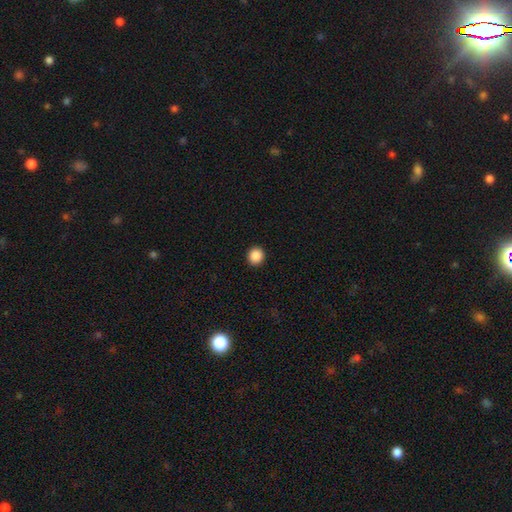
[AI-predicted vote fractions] smooth-or-featured: smooth: 88% | star or artifact: 9% | featured or disk: 3%
  how-rounded: round: 91% | in between: 8% | cigar-shaped: 1%
  merging: none: 94% | minor disturbance: 4% | major disturbance: 2% | merger: 1%